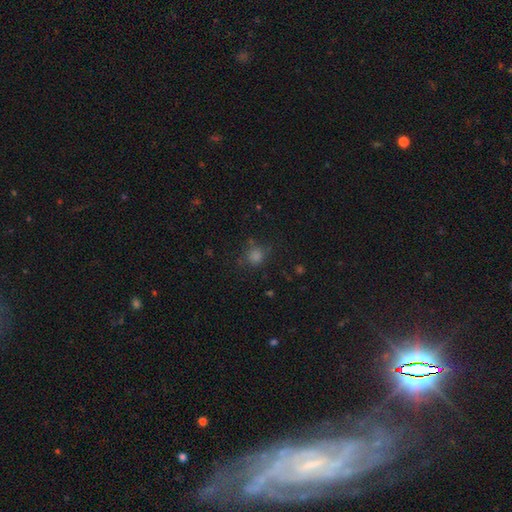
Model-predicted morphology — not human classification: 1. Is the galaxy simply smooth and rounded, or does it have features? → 73% smooth, 21% star or artifact, 7% featured or disk.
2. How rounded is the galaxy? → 86% round, 13% in between, 1% cigar-shaped.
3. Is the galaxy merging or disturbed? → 74% none, 15% minor disturbance, 8% major disturbance, 3% merger.